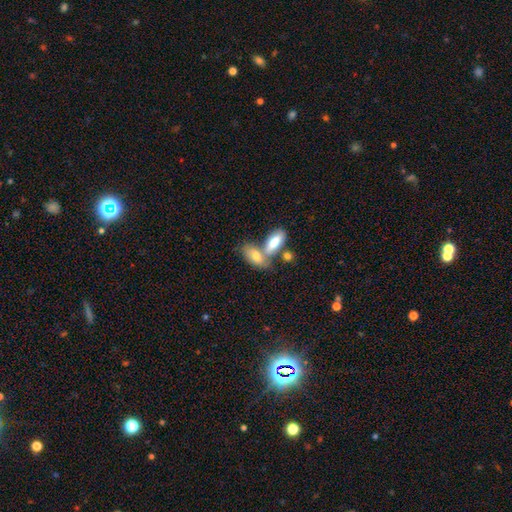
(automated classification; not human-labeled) smooth 74%, featured or disk 20%, star or artifact 7%. Down the decision tree: how rounded — in between (82%); merging — merger (52%).